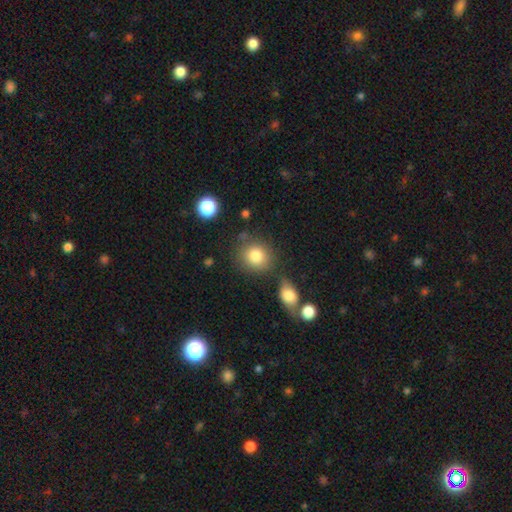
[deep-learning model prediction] Q: Smooth or featured?
A: smooth (83%); runner-up: star or artifact (10%)
Q: How rounded?
A: round (80%); runner-up: in between (19%)
Q: Merging?
A: none (73%); runner-up: minor disturbance (12%)